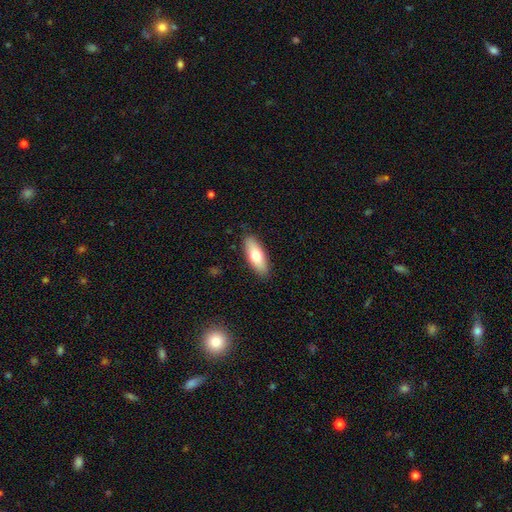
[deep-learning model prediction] Smooth or featured?
  - smooth: 72% *
  - featured or disk: 22%
  - star or artifact: 6%
How rounded?
  - in between: 67% *
  - cigar-shaped: 31%
  - round: 2%
Merging?
  - none: 88% *
  - minor disturbance: 9%
  - major disturbance: 2%
  - merger: 1%